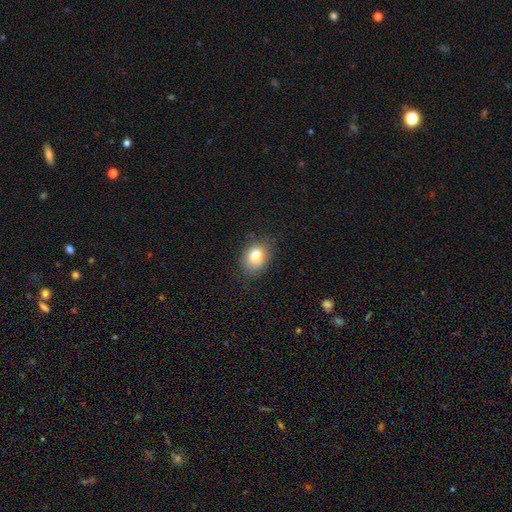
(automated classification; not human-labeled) smooth 81%, star or artifact 10%, featured or disk 9%. Down the decision tree: how rounded — in between (64%); merging — none (78%).